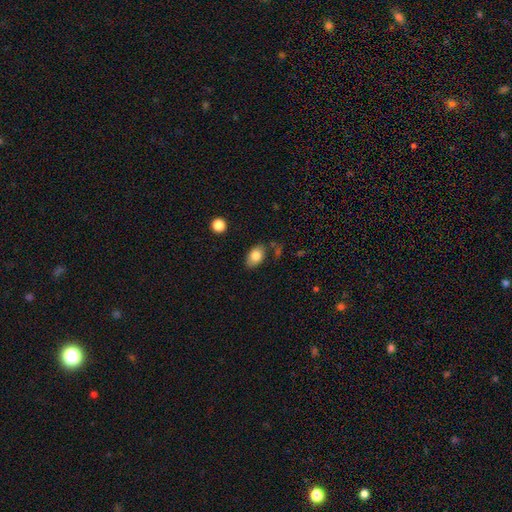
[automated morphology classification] smooth-or-featured: smooth: 82% | featured or disk: 11% | star or artifact: 8%
  how-rounded: in between: 88% | round: 10% | cigar-shaped: 1%
  merging: none: 75% | minor disturbance: 16% | merger: 4% | major disturbance: 4%